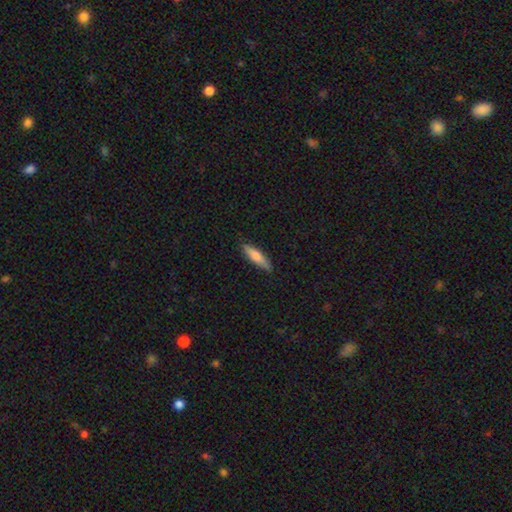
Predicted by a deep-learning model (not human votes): This is likely a smooth galaxy (73%). How rounded: likely cigar-shaped (70%). Merging: clearly none (86%).